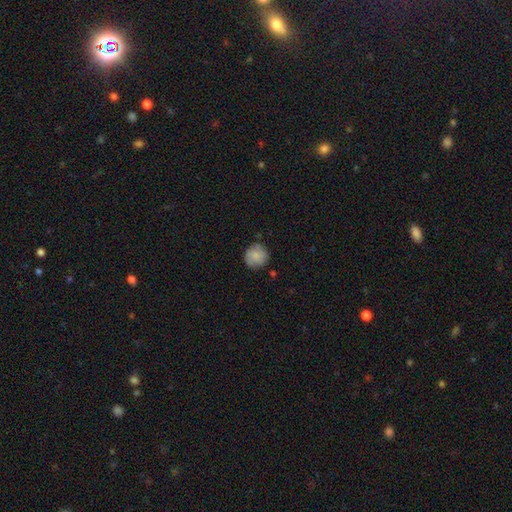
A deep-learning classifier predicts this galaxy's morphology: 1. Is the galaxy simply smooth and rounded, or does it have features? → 75% smooth, 17% featured or disk, 7% star or artifact.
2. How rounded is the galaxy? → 91% round, 8% in between, 1% cigar-shaped.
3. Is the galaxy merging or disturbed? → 77% none, 17% minor disturbance, 4% major disturbance, 2% merger.